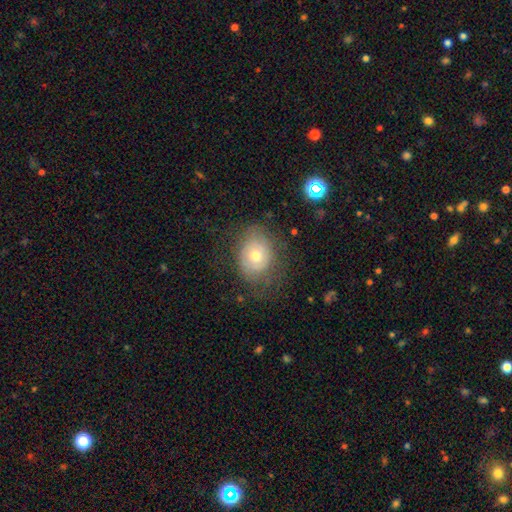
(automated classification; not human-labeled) Morphology: type=smooth (52%); roundness=in between (51%); merging=none (64%).